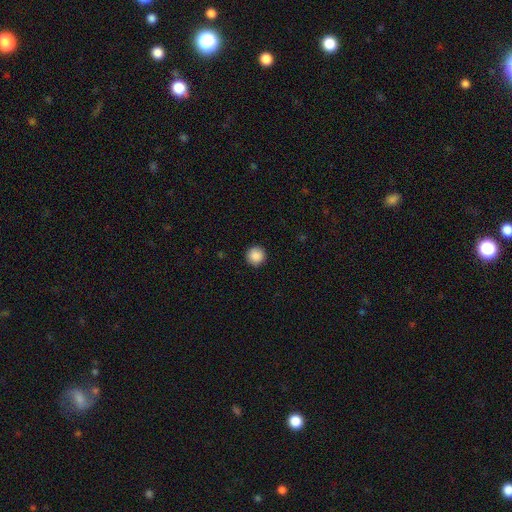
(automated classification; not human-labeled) Smooth or featured? smooth (89%)
How rounded? round (96%)
Merging? none (92%)